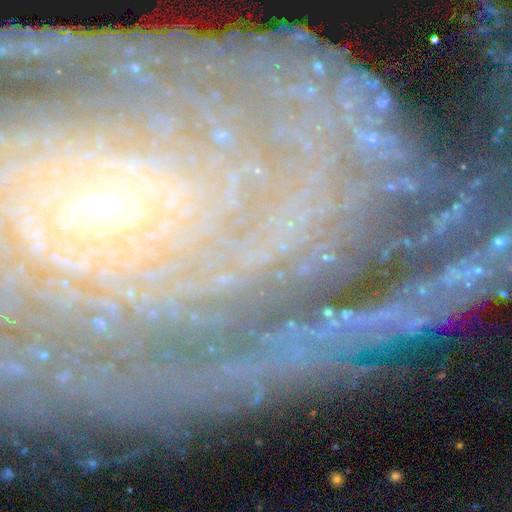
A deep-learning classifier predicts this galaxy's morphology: Q: Smooth or featured?
A: star or artifact (67%); runner-up: featured or disk (22%)